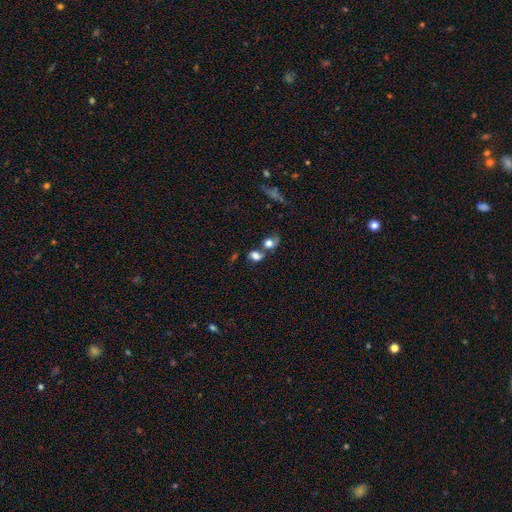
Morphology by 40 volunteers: Smooth or featured?
  - smooth: 70% *
  - featured or disk: 25%
  - star or artifact: 5%
How rounded?
  - round: 54% *
  - in between: 46%
  - cigar-shaped: 0%
Merging?
  - merger: 53% *
  - none: 32%
  - minor disturbance: 11%
  - major disturbance: 5%